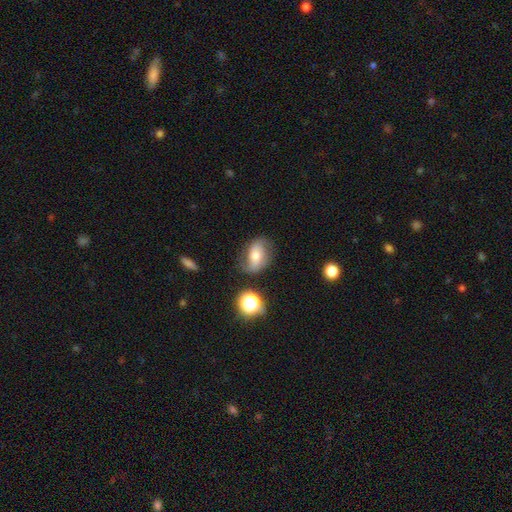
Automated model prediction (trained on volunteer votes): Smooth or featured: smooth — 45% (featured or disk — 44%)
Merging: none — 66% (minor disturbance — 22%)